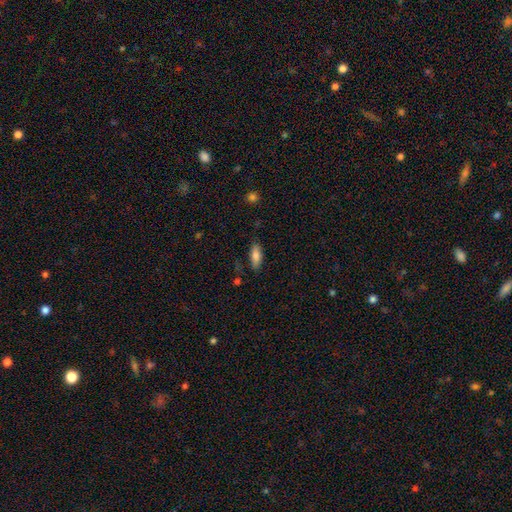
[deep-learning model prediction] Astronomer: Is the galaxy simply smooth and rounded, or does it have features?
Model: smooth — 79%.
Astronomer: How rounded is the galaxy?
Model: in between — 71%.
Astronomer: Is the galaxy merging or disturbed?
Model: none — 79%.